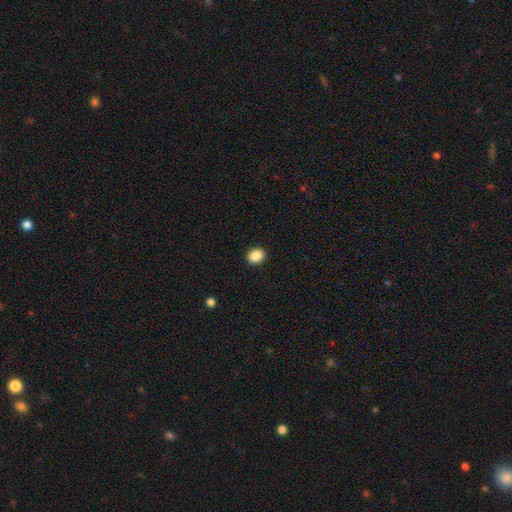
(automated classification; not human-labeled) Smooth or featured?
  - smooth: 89% *
  - star or artifact: 9%
  - featured or disk: 3%
How rounded?
  - round: 62% *
  - in between: 37%
  - cigar-shaped: 1%
Merging?
  - none: 91% *
  - minor disturbance: 6%
  - major disturbance: 2%
  - merger: 1%